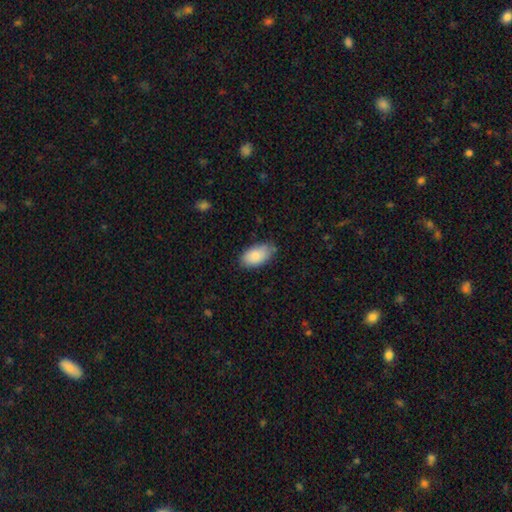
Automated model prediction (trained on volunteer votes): smooth 85%, featured or disk 8%, star or artifact 7%. Down the decision tree: how rounded — in between (95%); merging — none (75%).